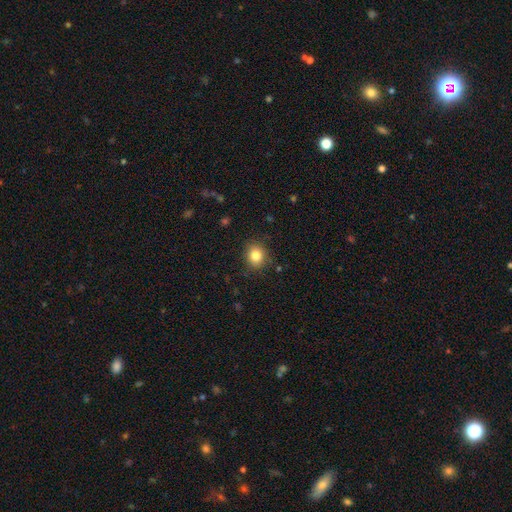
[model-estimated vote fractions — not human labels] Morphology: type=smooth (83%); roundness=round (72%); merging=none (87%).